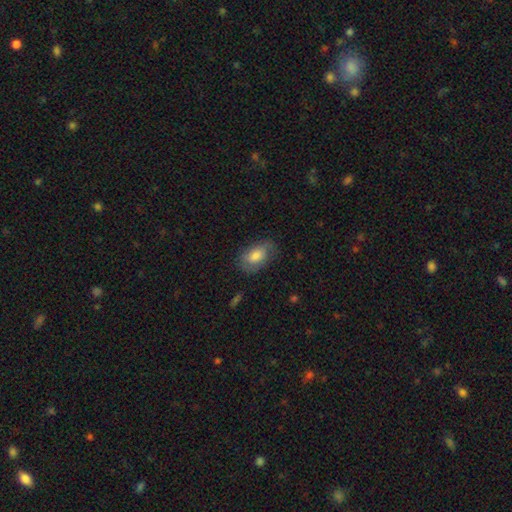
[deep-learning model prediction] This appears to be a smooth galaxy with no disk features (73%) that is in between round and cigar-shaped (90%). Merging: none (70%).